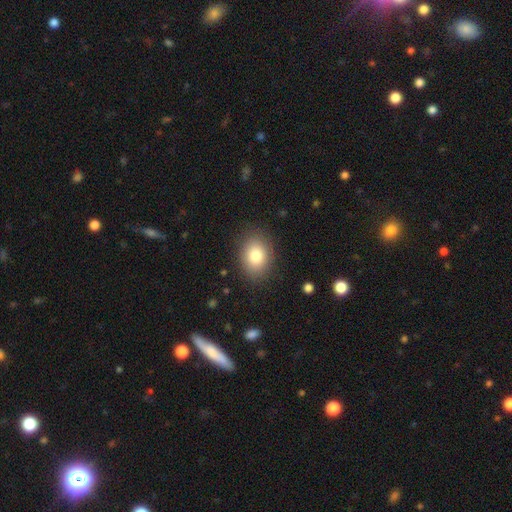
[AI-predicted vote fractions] This is clearly a smooth galaxy (82%). How rounded: likely in between (65%). Merging: clearly none (86%).